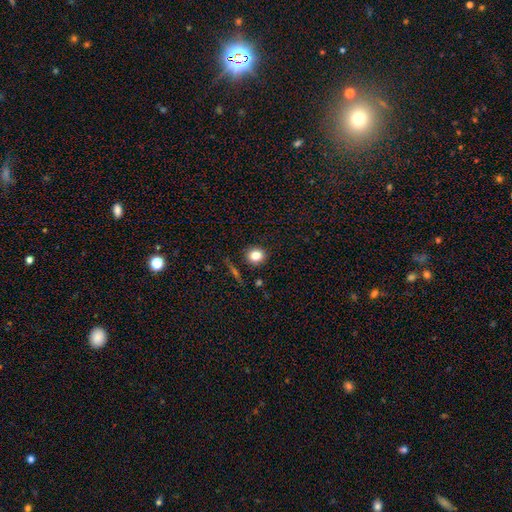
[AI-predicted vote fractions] smooth 81%, star or artifact 11%, featured or disk 8%. Down the decision tree: how rounded — round (85%); merging — none (88%).